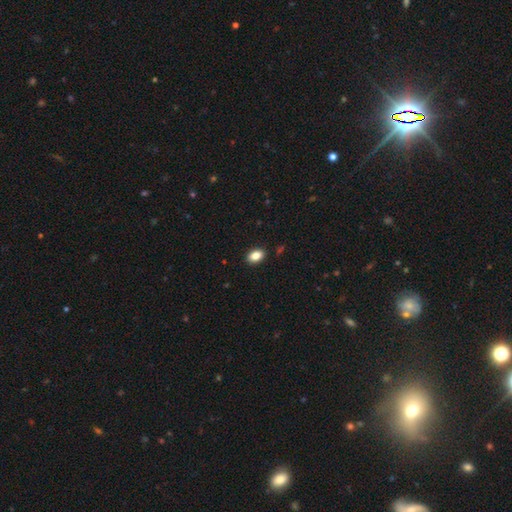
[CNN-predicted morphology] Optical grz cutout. It shows a smooth galaxy with no disk features (86%) that is in between round and cigar-shaped (86%). Merging: none (90%).